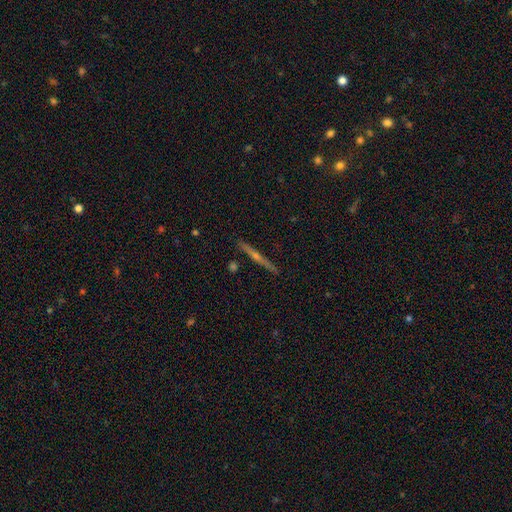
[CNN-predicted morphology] Smooth or featured? Predicted: featured or disk (p=0.76). Edge-on disk? Predicted: yes (p=0.98). Edge-on bulge? Predicted: rounded (p=0.82). Merging? Predicted: none (p=0.91).